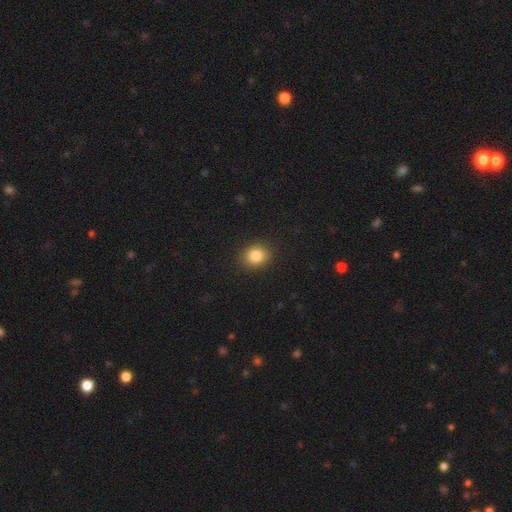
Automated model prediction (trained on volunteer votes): A smooth galaxy with no disk features (84%) that is round (63%).

Vote fractions:
- Smooth or featured? smooth: 84% / star or artifact: 10% / featured or disk: 5%
- How rounded? round: 63% / in between: 36% / cigar-shaped: 1%
- Merging? none: 90% / minor disturbance: 7% / major disturbance: 2% / merger: 1%